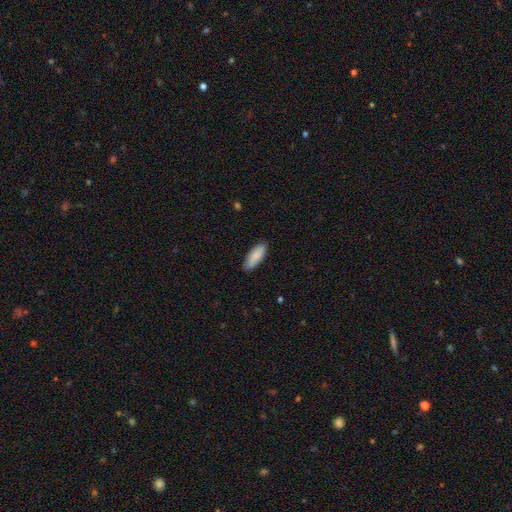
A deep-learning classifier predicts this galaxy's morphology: smooth_or_featured: smooth (p=0.88) [alt: featured or disk p=0.07]
how_rounded: in between (p=0.68) [alt: cigar-shaped p=0.31]
merging: none (p=0.88) [alt: minor disturbance p=0.09]